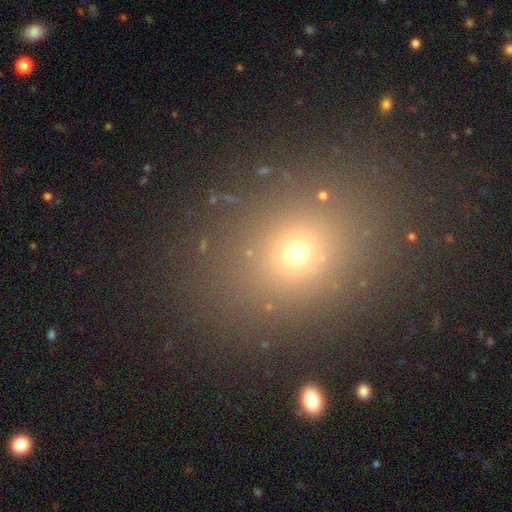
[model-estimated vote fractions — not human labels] Morphology: type=smooth (62%); roundness=round (55%); merging=none (86%).